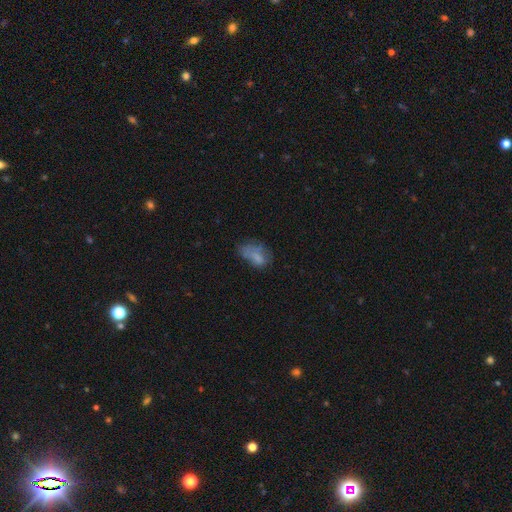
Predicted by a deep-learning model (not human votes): Smooth or featured? Predicted: smooth (p=0.64). How rounded? Predicted: in between (p=0.88). Merging? Predicted: none (p=0.36).